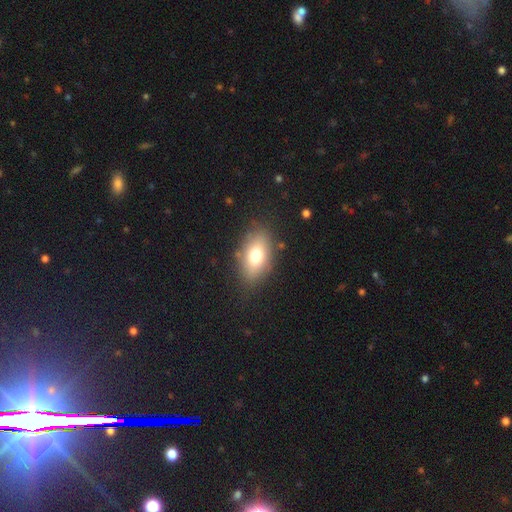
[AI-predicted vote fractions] Smooth or featured? smooth (72%)
How rounded? in between (85%)
Merging? none (81%)